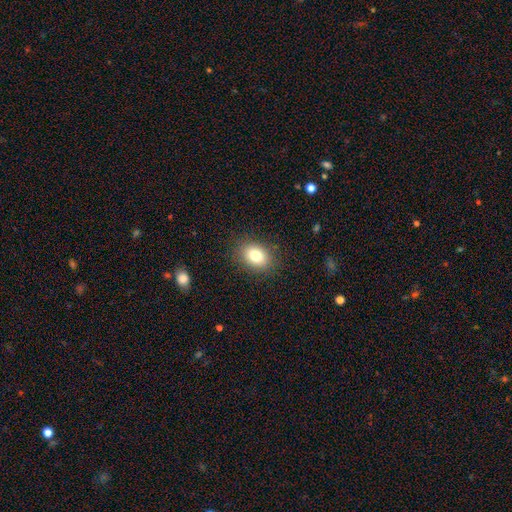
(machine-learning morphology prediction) Overall: smooth (80%). How rounded: in between (70%). Merging: none (86%).